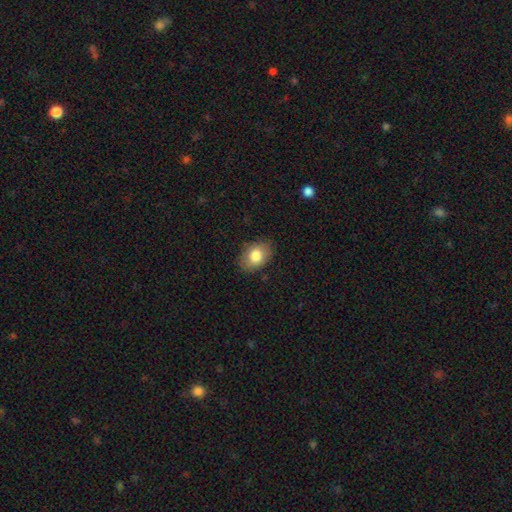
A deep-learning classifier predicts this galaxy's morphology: type=smooth (80%); roundness=in between (78%); merging=none (83%).